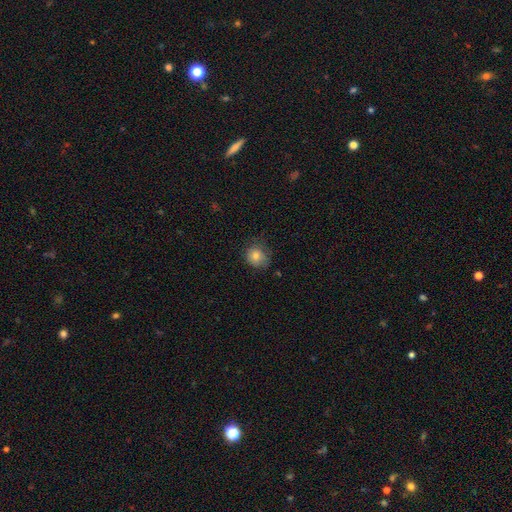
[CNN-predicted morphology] A smooth galaxy with no disk features (79%) that is round (81%).

Vote fractions:
- Smooth or featured? smooth: 79% / star or artifact: 11% / featured or disk: 10%
- How rounded? round: 81% / in between: 19% / cigar-shaped: 1%
- Merging? none: 67% / minor disturbance: 25% / major disturbance: 7% / merger: 1%